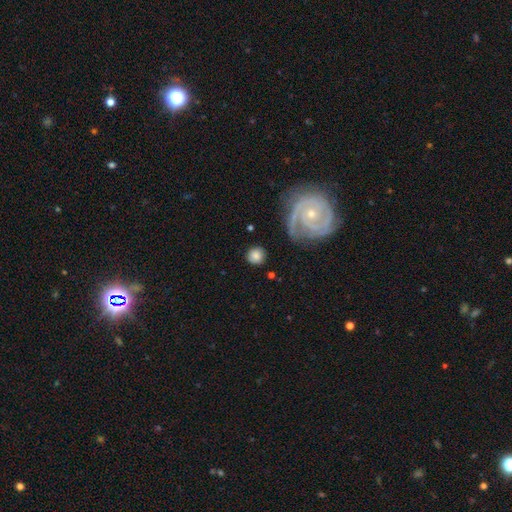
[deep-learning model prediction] Overall: smooth (71%). How rounded: round (90%). Merging: none (82%).